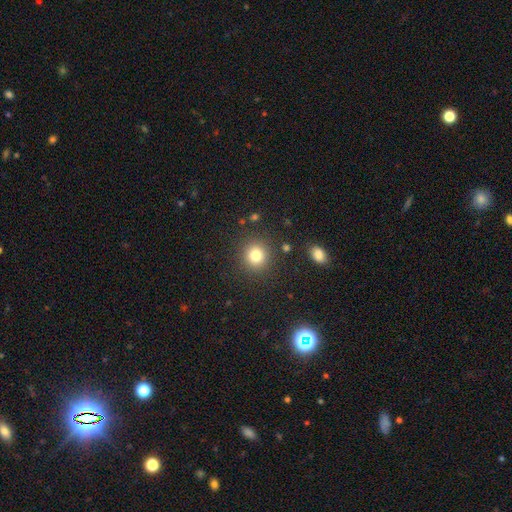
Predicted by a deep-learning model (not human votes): Morphology: type=smooth (81%); roundness=round (89%); merging=none (88%).